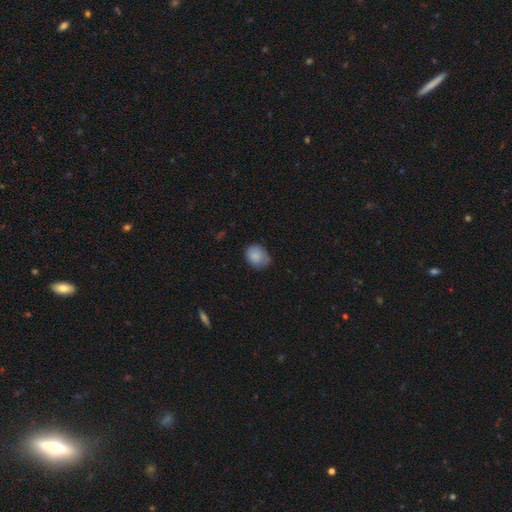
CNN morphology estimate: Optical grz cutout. It shows a smooth galaxy with no disk features (85%) that is round (50%). Merging: none (60%).